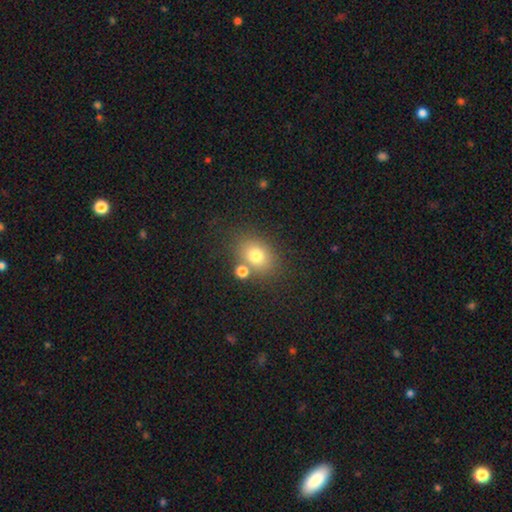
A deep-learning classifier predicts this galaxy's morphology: smooth-or-featured: smooth: 75% | star or artifact: 14% | featured or disk: 12%
  how-rounded: in between: 56% | round: 43% | cigar-shaped: 1%
  merging: none: 69% | merger: 15% | minor disturbance: 11% | major disturbance: 4%